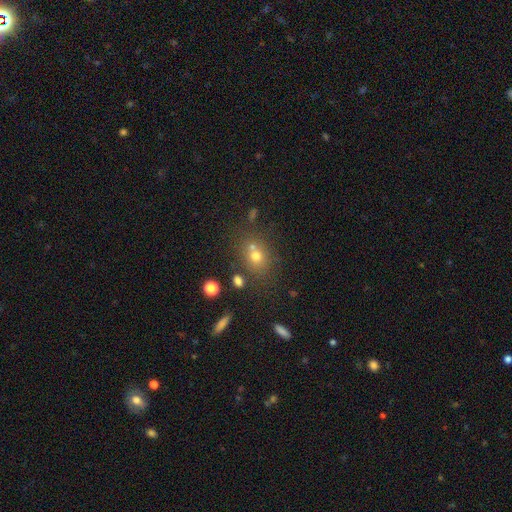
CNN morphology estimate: A smooth galaxy with no disk features (66%) that is round (65%). Merging: none (58%).